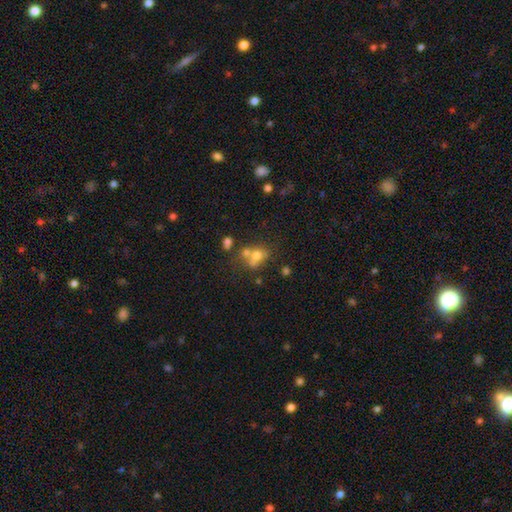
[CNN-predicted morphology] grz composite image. It shows a smooth galaxy with no disk features (62%) that is in between round and cigar-shaped (50%). Merging: merger (44%).